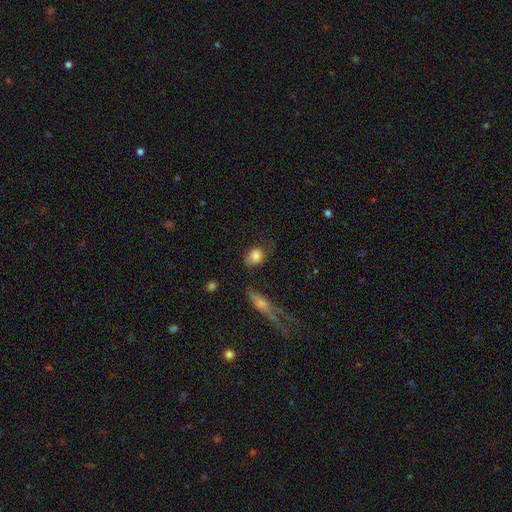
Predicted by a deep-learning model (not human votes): A smooth galaxy with no disk features (78%) that is in between round and cigar-shaped (58%).

Vote fractions:
- Smooth or featured? smooth: 78% / featured or disk: 14% / star or artifact: 8%
- How rounded? in between: 58% / round: 40% / cigar-shaped: 2%
- Merging? none: 52% / minor disturbance: 29% / major disturbance: 13% / merger: 5%